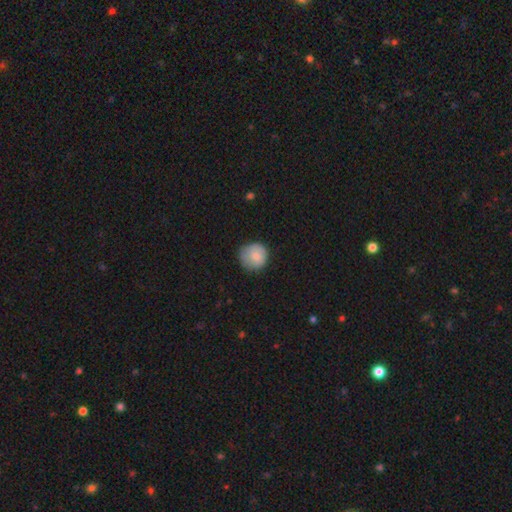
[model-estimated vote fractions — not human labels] Morphology: type=smooth (80%); roundness=round (90%); merging=none (70%).